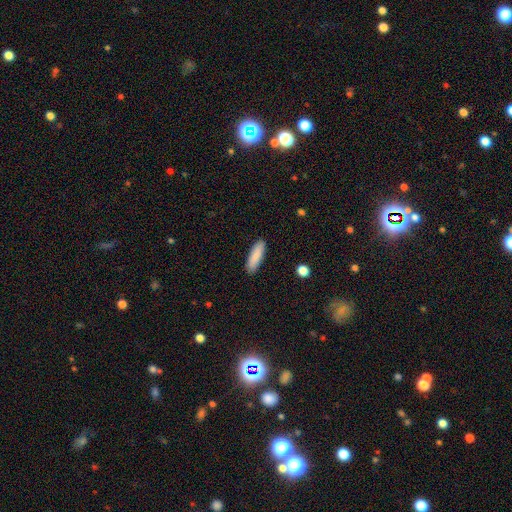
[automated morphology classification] smooth_or_featured: smooth (p=0.87) [alt: featured or disk p=0.07]
how_rounded: cigar-shaped (p=0.55) [alt: in between p=0.44]
merging: none (p=0.89) [alt: minor disturbance p=0.08]